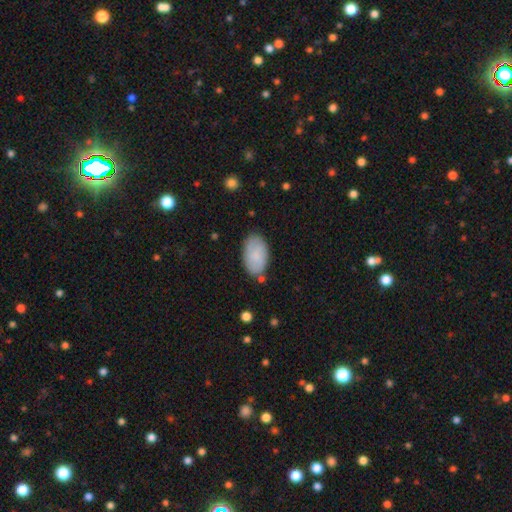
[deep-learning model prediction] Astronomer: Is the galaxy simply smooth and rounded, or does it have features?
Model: smooth — 79%.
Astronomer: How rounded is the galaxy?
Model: in between — 95%.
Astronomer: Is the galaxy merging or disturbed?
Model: none — 76%.